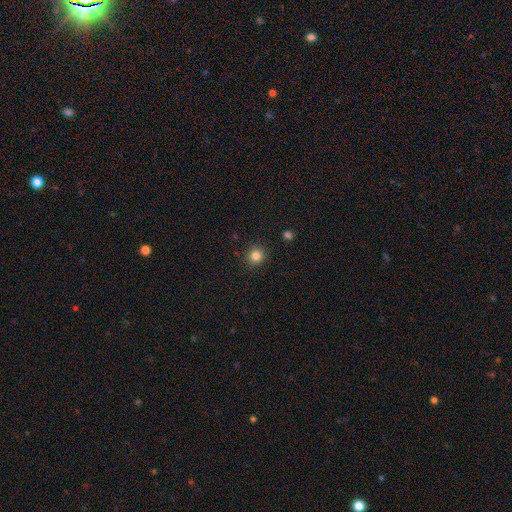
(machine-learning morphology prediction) Smooth or featured? Predicted: smooth (p=0.83). How rounded? Predicted: round (p=0.92). Merging? Predicted: none (p=0.90).